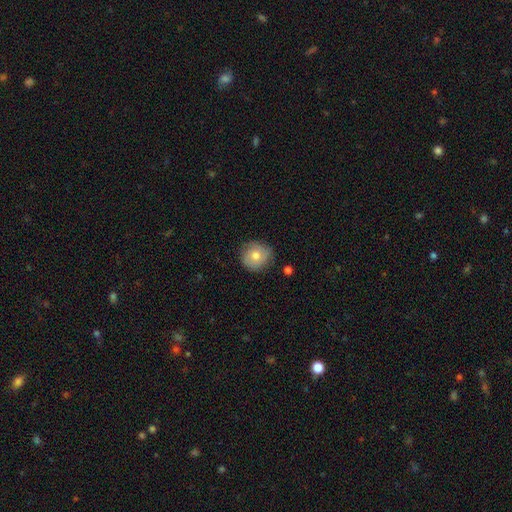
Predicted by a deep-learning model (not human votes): Smooth or featured? Predicted: smooth (p=0.70). How rounded? Predicted: round (p=0.89). Merging? Predicted: none (p=0.79).